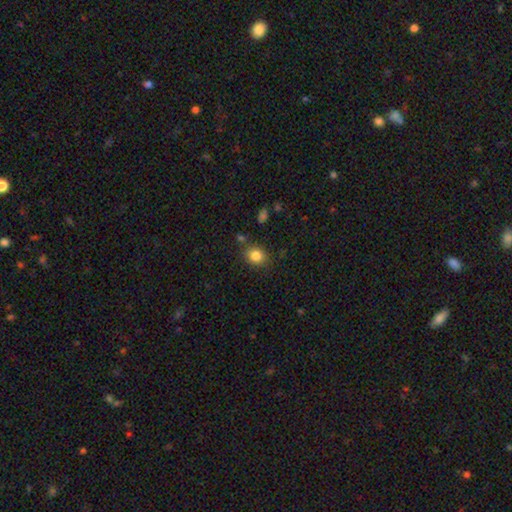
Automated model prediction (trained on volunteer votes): The model was most divided on "how rounded": round: 60%, in between: 39%, cigar-shaped: 1%. More confident: smooth or featured — smooth (84%); merging — none (82%).